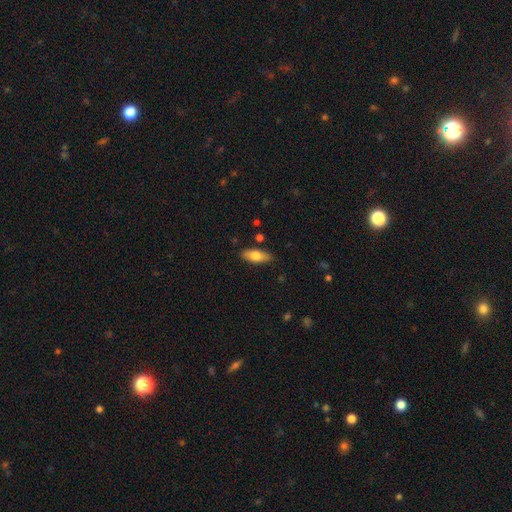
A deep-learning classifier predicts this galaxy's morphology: smooth-or-featured: smooth: 71% | featured or disk: 23% | star or artifact: 6%
  how-rounded: in between: 74% | cigar-shaped: 23% | round: 3%
  merging: none: 85% | minor disturbance: 11% | major disturbance: 2% | merger: 2%